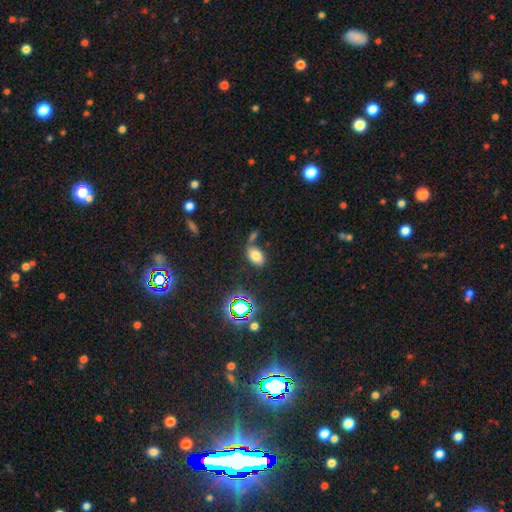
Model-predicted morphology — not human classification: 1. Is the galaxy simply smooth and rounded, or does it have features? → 75% smooth, 16% star or artifact, 9% featured or disk.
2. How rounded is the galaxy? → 89% in between, 10% round, 2% cigar-shaped.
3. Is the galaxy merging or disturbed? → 63% none, 16% merger, 15% minor disturbance, 6% major disturbance.